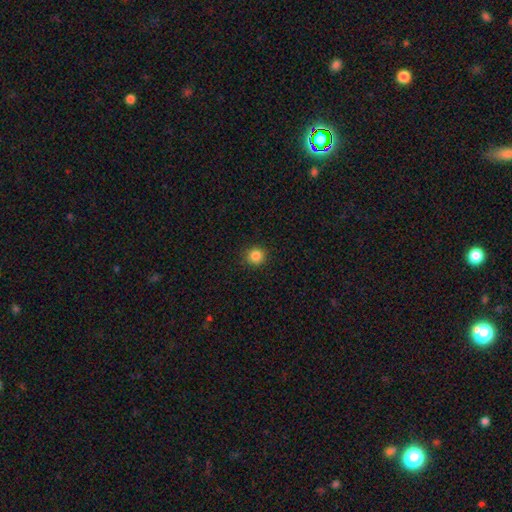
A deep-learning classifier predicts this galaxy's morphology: This appears to be a smooth galaxy with no disk features (85%) that is round (94%). Merging: none (92%).